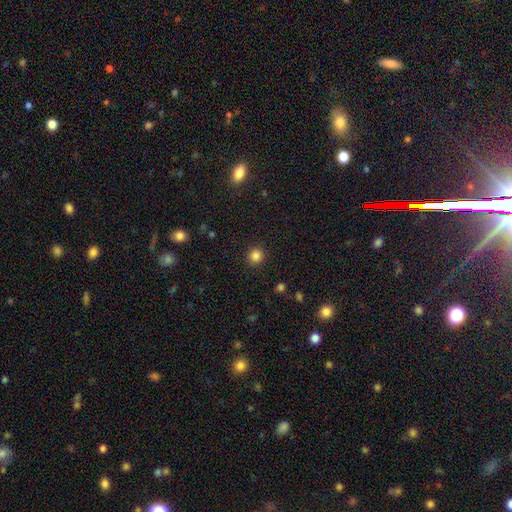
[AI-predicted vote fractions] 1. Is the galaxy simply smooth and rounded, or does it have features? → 84% smooth, 12% star or artifact, 4% featured or disk.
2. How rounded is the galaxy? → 90% round, 9% in between, 1% cigar-shaped.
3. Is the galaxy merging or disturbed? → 91% none, 6% minor disturbance, 2% major disturbance, 1% merger.